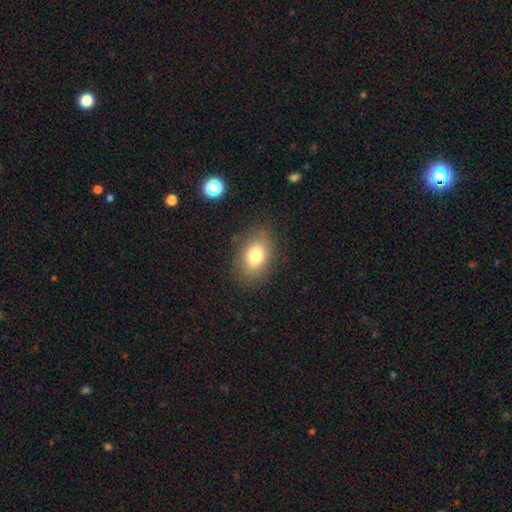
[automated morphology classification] smooth_or_featured: smooth (p=0.78) [alt: featured or disk p=0.12]
how_rounded: in between (p=0.83) [alt: round p=0.15]
merging: none (p=0.84) [alt: minor disturbance p=0.12]